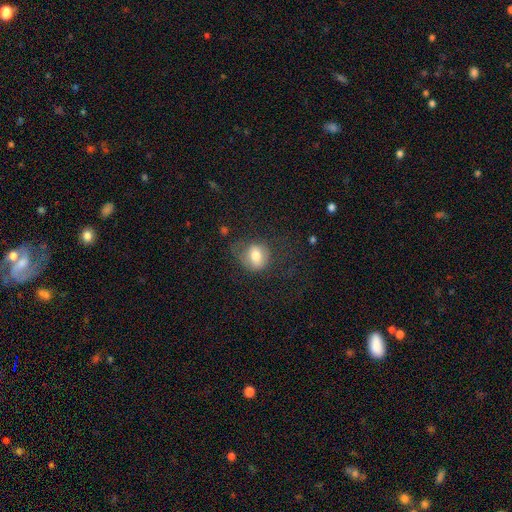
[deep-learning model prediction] Smooth or featured: smooth — 71% (featured or disk — 20%)
How rounded: round — 57% (in between — 41%)
Merging: none — 53% (minor disturbance — 24%)